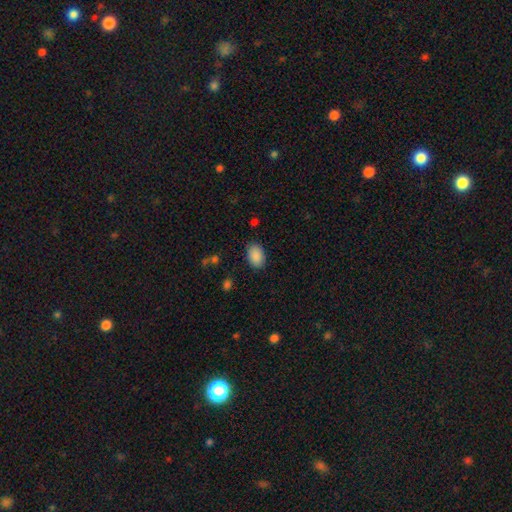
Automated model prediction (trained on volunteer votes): Smooth or featured?
  - smooth: 90% *
  - star or artifact: 7%
  - featured or disk: 3%
How rounded?
  - in between: 86% *
  - round: 13%
  - cigar-shaped: 1%
Merging?
  - none: 86% *
  - minor disturbance: 10%
  - major disturbance: 3%
  - merger: 1%